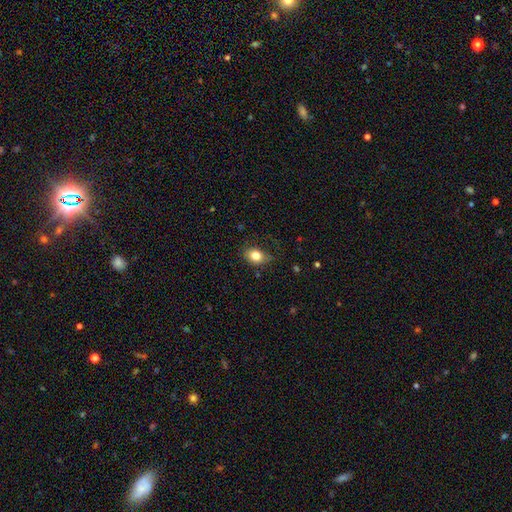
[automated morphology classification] This appears to be a smooth galaxy with no disk features (82%) that is in between round and cigar-shaped (74%). Merging: none (73%).